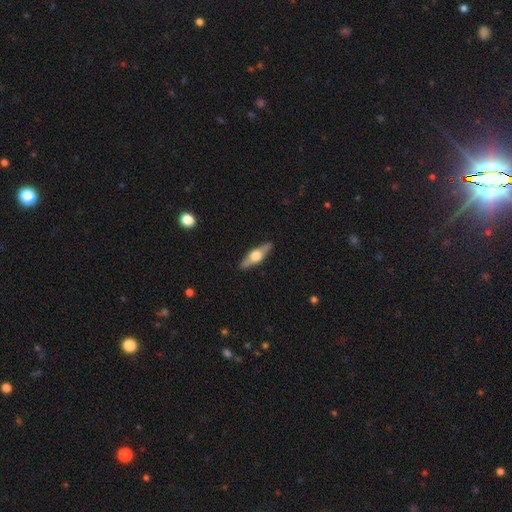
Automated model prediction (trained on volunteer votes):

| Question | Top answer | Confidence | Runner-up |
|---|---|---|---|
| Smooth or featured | featured or disk | 61% | smooth (34%) |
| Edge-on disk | yes | 93% | no (7%) |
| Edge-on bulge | rounded | 94% | boxy (5%) |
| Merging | none | 89% | minor disturbance (8%) |